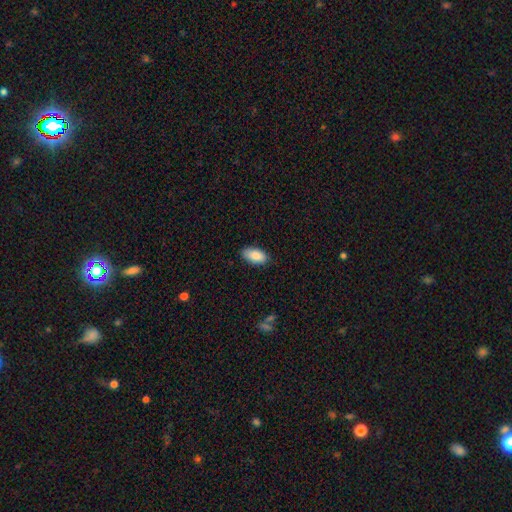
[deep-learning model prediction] A smooth galaxy with no disk features (88%) that is in between round and cigar-shaped (94%).

Vote fractions:
- Smooth or featured? smooth: 88% / star or artifact: 7% / featured or disk: 5%
- How rounded? in between: 94% / cigar-shaped: 3% / round: 3%
- Merging? none: 83% / minor disturbance: 14% / major disturbance: 2% / merger: 1%